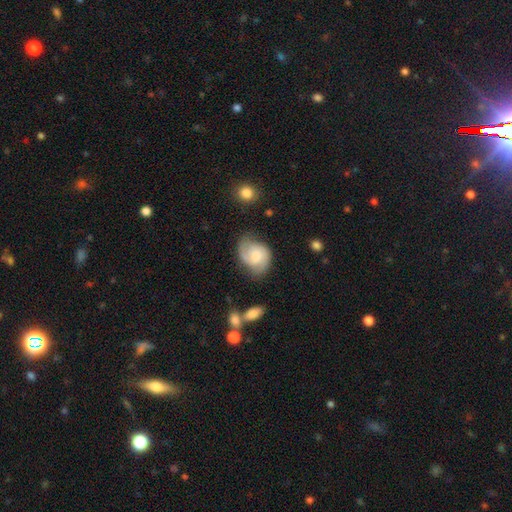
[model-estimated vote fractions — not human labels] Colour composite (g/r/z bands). It shows a featured or disk galaxy (67%) with no bar (59%), 2 (80%) medium (48%) spiral arms (93%) and a moderate central bulge (38%). Merging: none (61%).